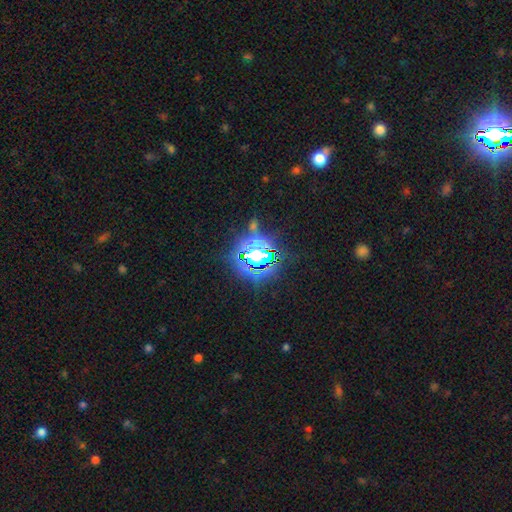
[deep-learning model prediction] The model was most divided on "smooth or featured": star or artifact: 79%, smooth: 13%, featured or disk: 8%.